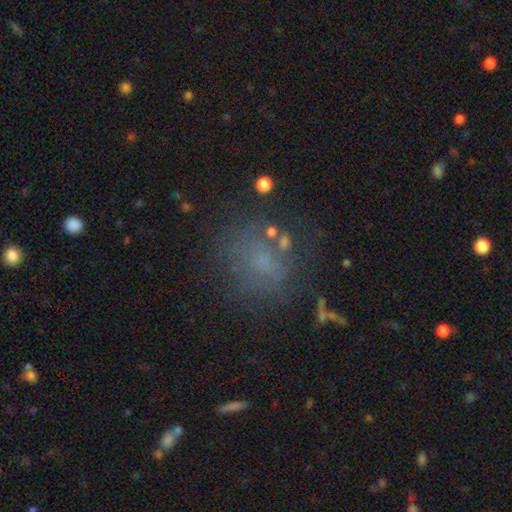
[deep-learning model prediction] A smooth galaxy with no disk features (43%).

Vote fractions:
- Smooth or featured? smooth: 43% / featured or disk: 37% / star or artifact: 20%
- Merging? none: 58% / minor disturbance: 19% / major disturbance: 18% / merger: 5%